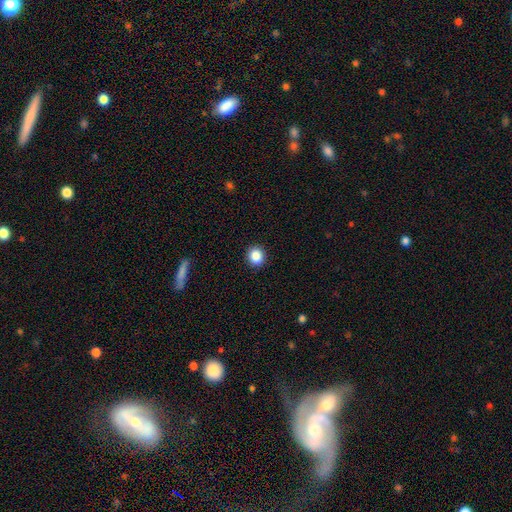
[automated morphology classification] smooth_or_featured: smooth (p=0.87) [alt: star or artifact p=0.09]
how_rounded: round (p=0.84) [alt: in between p=0.15]
merging: none (p=0.92) [alt: minor disturbance p=0.06]